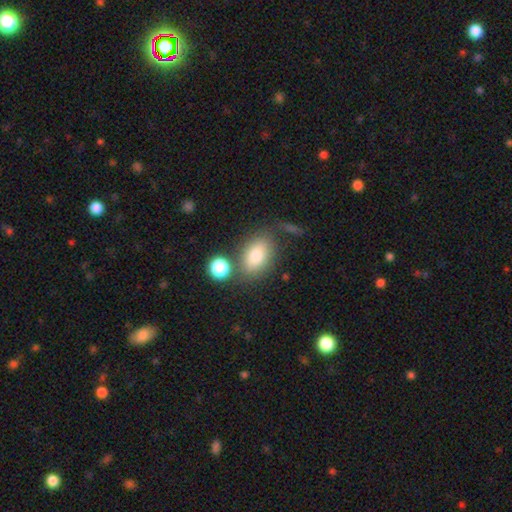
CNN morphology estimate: This is likely a smooth galaxy (79%). How rounded: clearly in between (86%). Merging: likely none (67%).